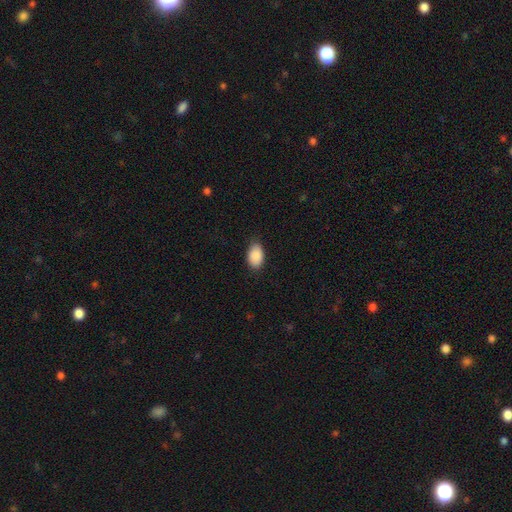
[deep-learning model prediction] Q: Smooth or featured?
A: smooth (90%); runner-up: star or artifact (6%)
Q: How rounded?
A: in between (91%); runner-up: round (7%)
Q: Merging?
A: none (82%); runner-up: minor disturbance (15%)